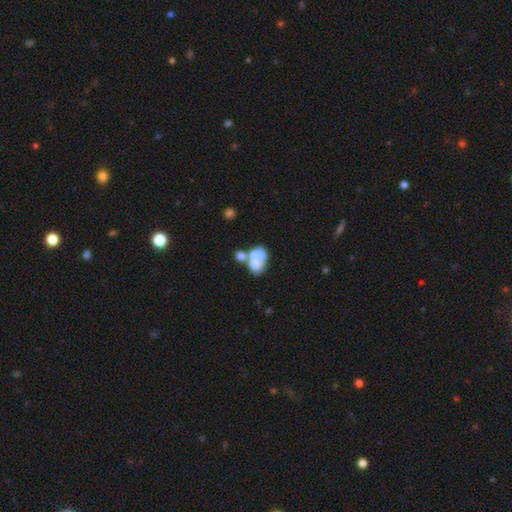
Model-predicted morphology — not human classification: Q: Smooth or featured?
A: smooth (50%); runner-up: featured or disk (40%)
Q: How rounded?
A: in between (76%); runner-up: round (23%)
Q: Merging?
A: merger (59%); runner-up: none (20%)